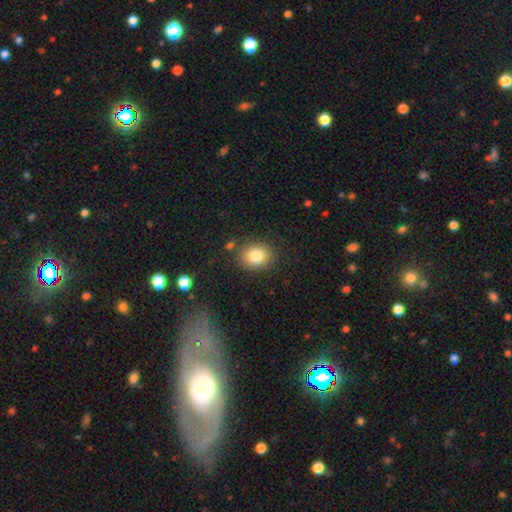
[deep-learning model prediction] smooth_or_featured: smooth (p=0.82) [alt: star or artifact p=0.10]
how_rounded: round (p=0.57) [alt: in between p=0.42]
merging: none (p=0.83) [alt: minor disturbance p=0.11]